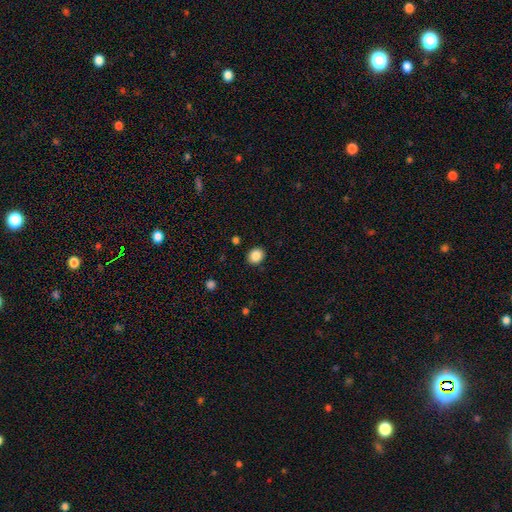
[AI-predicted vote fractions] A smooth galaxy with no disk features (87%) that is round (64%).

Vote fractions:
- Smooth or featured? smooth: 87% / star or artifact: 9% / featured or disk: 4%
- How rounded? round: 64% / in between: 35% / cigar-shaped: 1%
- Merging? none: 90% / minor disturbance: 7% / major disturbance: 2% / merger: 1%